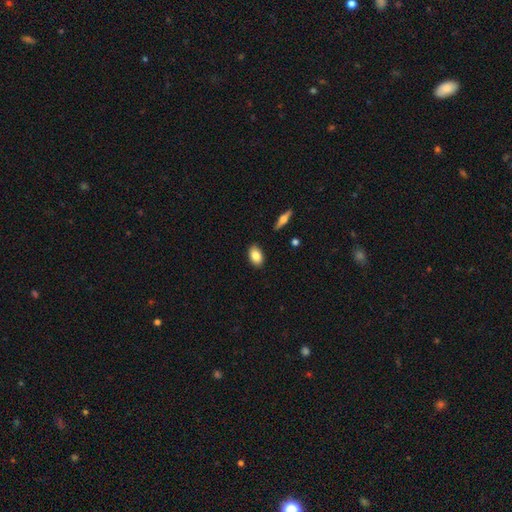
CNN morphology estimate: Q: Smooth or featured?
A: smooth (83%); runner-up: featured or disk (10%)
Q: How rounded?
A: in between (90%); runner-up: round (8%)
Q: Merging?
A: none (87%); runner-up: minor disturbance (9%)